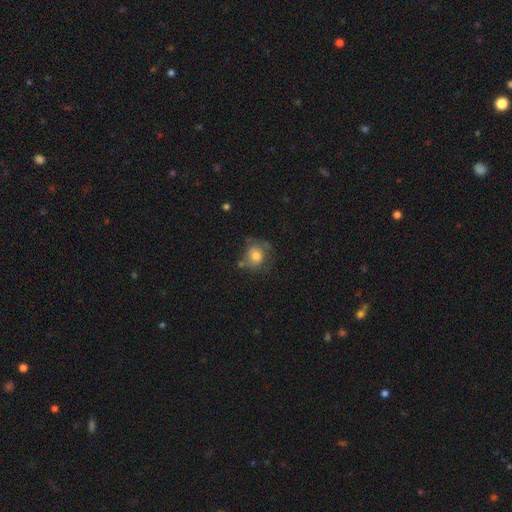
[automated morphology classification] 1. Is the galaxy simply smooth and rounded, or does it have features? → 69% smooth, 22% featured or disk, 9% star or artifact.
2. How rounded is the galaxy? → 79% round, 20% in between, 1% cigar-shaped.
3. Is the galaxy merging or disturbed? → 52% none, 26% minor disturbance, 16% major disturbance, 6% merger.